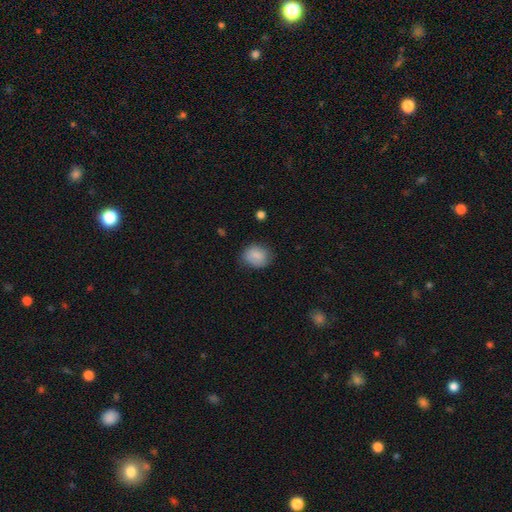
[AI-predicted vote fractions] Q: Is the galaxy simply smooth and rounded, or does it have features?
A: smooth — 82%.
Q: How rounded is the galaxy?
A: round — 52%.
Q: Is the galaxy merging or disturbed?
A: none — 71%.